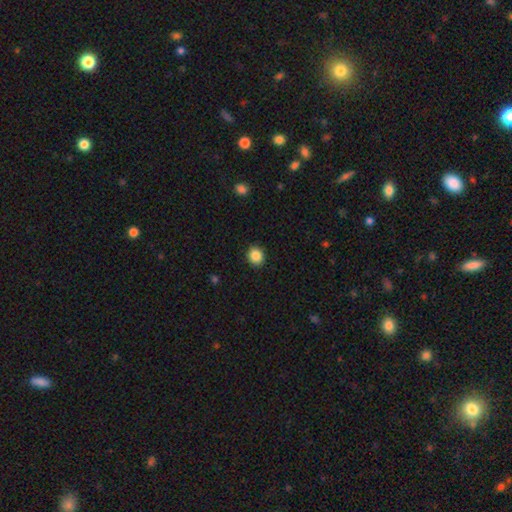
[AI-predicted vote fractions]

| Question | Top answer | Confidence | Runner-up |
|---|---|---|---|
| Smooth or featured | smooth | 87% | star or artifact (9%) |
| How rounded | round | 73% | in between (26%) |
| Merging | none | 91% | minor disturbance (7%) |